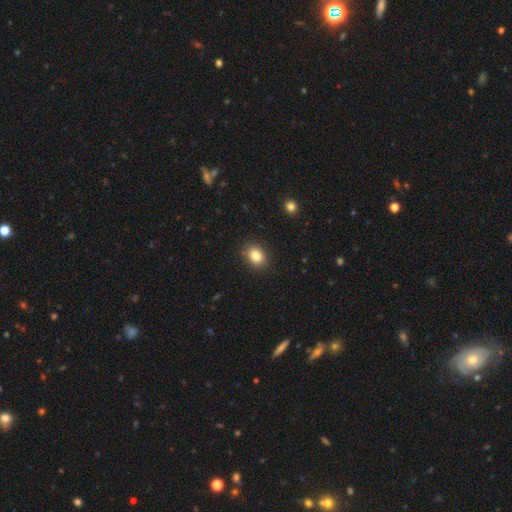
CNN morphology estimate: Smooth or featured?
  - smooth: 83% *
  - star or artifact: 10%
  - featured or disk: 7%
How rounded?
  - in between: 58% *
  - round: 41%
  - cigar-shaped: 1%
Merging?
  - none: 88% *
  - minor disturbance: 8%
  - major disturbance: 2%
  - merger: 1%